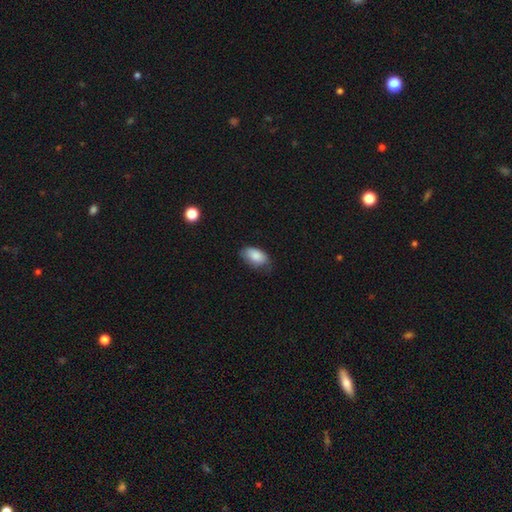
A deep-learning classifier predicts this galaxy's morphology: smooth 86%, featured or disk 7%, star or artifact 7%. Down the decision tree: how rounded — in between (93%); merging — none (65%).